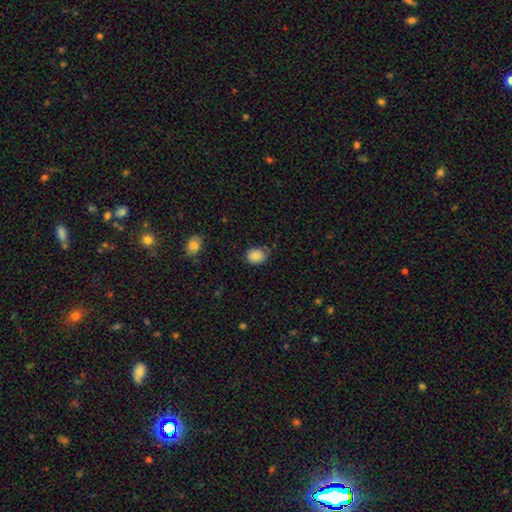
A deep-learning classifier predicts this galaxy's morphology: smooth 86%, star or artifact 9%, featured or disk 5%. Down the decision tree: how rounded — in between (57%); merging — none (68%).